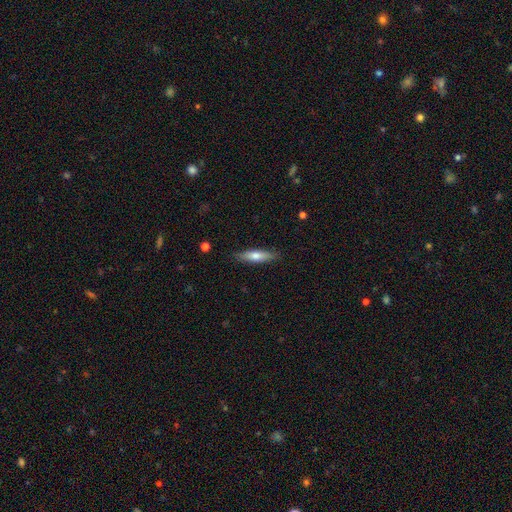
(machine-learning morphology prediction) Q: Smooth or featured?
A: smooth (65%); runner-up: featured or disk (29%)
Q: How rounded?
A: cigar-shaped (70%); runner-up: in between (28%)
Q: Merging?
A: none (87%); runner-up: minor disturbance (10%)